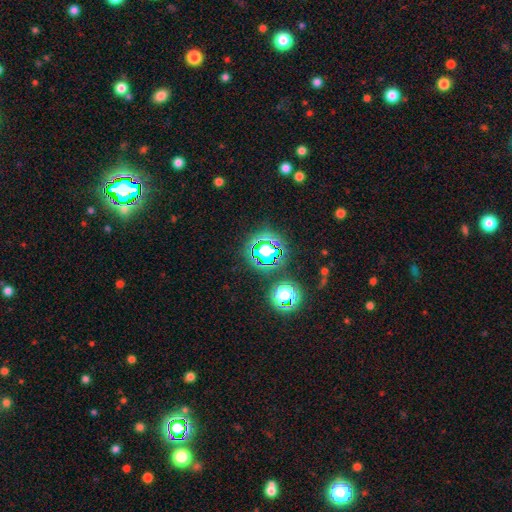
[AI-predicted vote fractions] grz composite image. It shows a star or artifact, not a galaxy (69%).